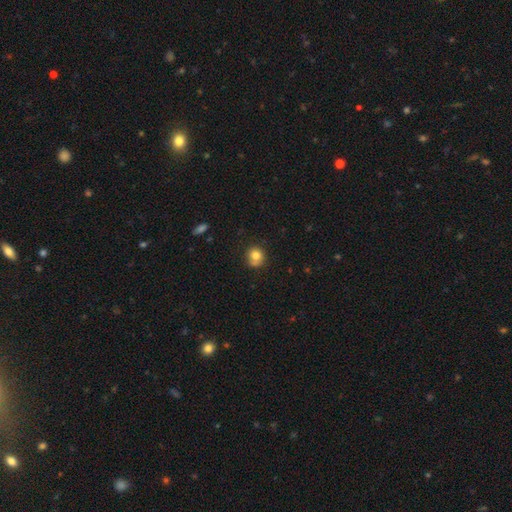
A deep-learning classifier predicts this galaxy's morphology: type=smooth (79%); roundness=round (83%); merging=none (64%).